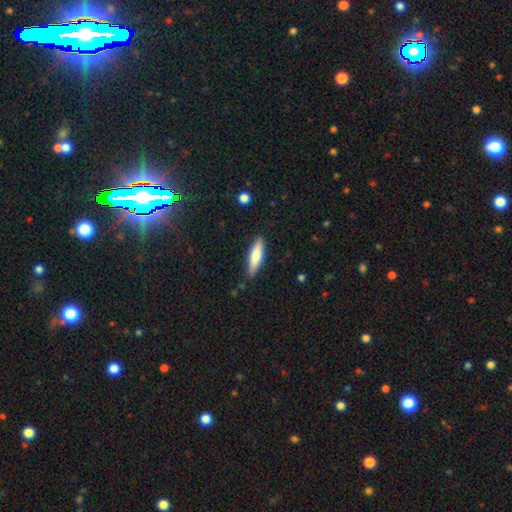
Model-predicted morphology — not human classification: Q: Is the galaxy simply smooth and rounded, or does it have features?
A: smooth — 73%.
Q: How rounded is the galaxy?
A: cigar-shaped — 65%.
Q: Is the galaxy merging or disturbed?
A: none — 86%.